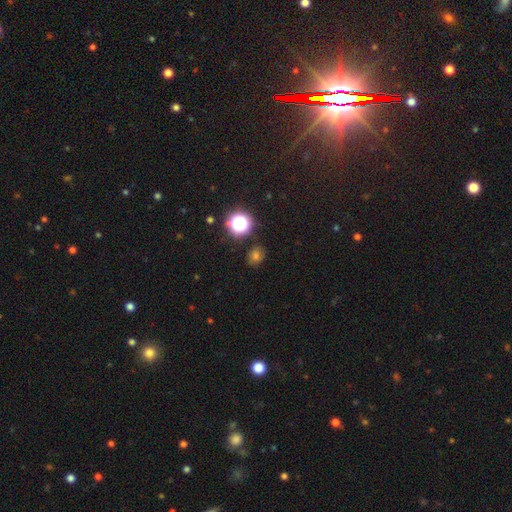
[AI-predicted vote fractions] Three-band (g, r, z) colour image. It shows a smooth galaxy with no disk features (64%) that is round (65%). Merging: none (83%).